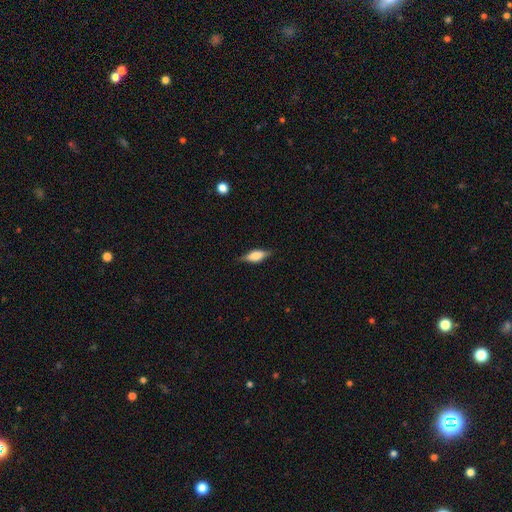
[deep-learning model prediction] Smooth or featured? smooth (55%)
How rounded? in between (67%)
Merging? none (80%)